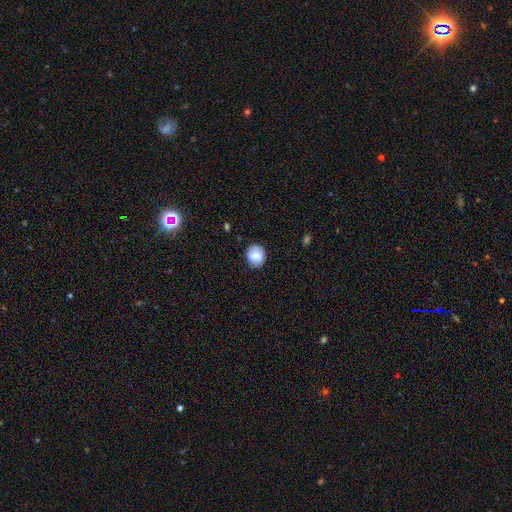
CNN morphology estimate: This is likely a smooth galaxy (76%). How rounded: likely round (72%). Merging: clearly none (82%).